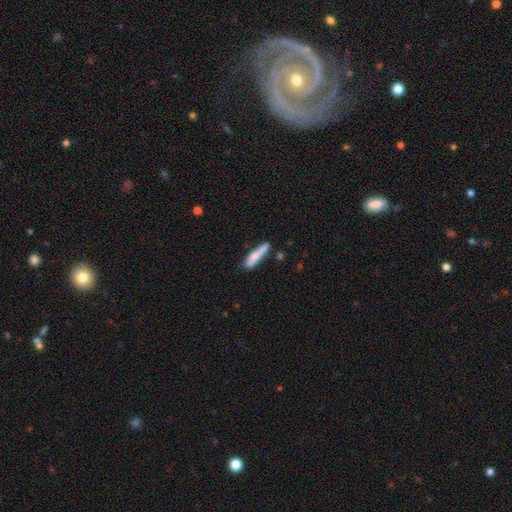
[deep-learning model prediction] Smooth or featured? smooth (67%)
How rounded? cigar-shaped (81%)
Merging? none (67%)